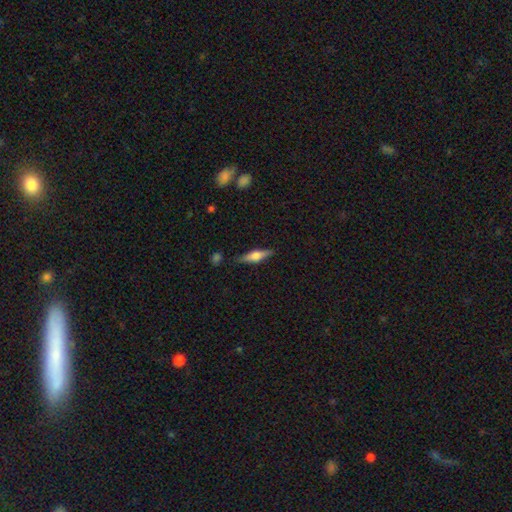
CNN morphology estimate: The model was most divided on "smooth or featured": featured or disk: 57%, smooth: 37%, star or artifact: 6%. More confident: edge-on disk — yes (95%); edge-on bulge — rounded (89%); merging — none (86%).